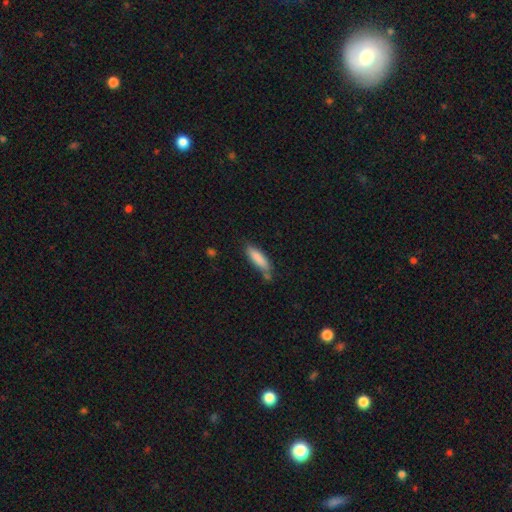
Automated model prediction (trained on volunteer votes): A smooth galaxy with no disk features (84%) that is cigar-shaped (60%).

Vote fractions:
- Smooth or featured? smooth: 84% / featured or disk: 9% / star or artifact: 6%
- How rounded? cigar-shaped: 60% / in between: 39% / round: 2%
- Merging? none: 60% / minor disturbance: 25% / merger: 9% / major disturbance: 6%